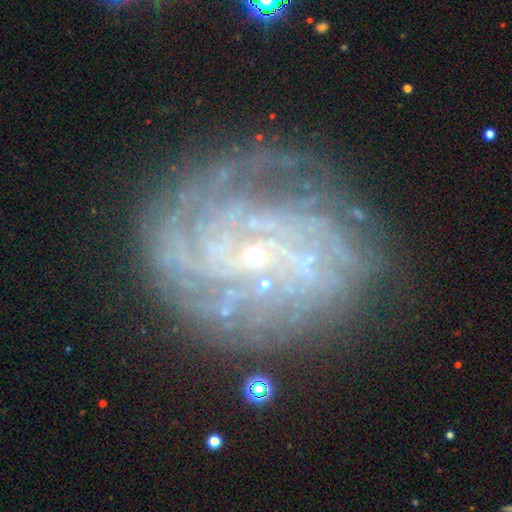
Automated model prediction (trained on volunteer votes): Morphology: type=featured or disk (84%); edge-on=no (97%); bar=no (67%); spiral arms=yes (95%); winding=tight (69%); arm count=more than 4 (28%); bulge=small (83%); merging=none (72%).